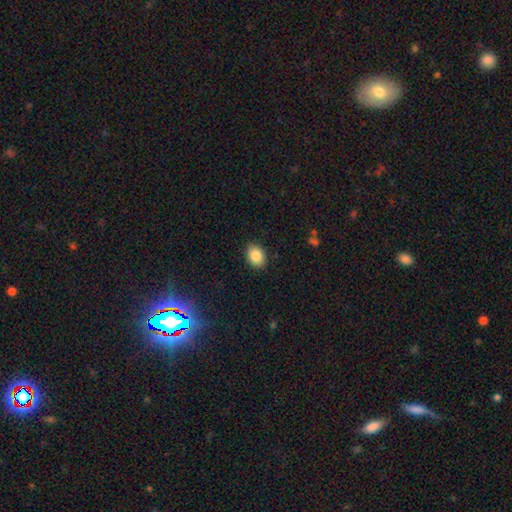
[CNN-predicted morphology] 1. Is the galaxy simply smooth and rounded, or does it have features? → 87% smooth, 8% star or artifact, 5% featured or disk.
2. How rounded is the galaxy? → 74% in between, 25% round, 1% cigar-shaped.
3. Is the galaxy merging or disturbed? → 88% none, 9% minor disturbance, 2% major disturbance, 1% merger.